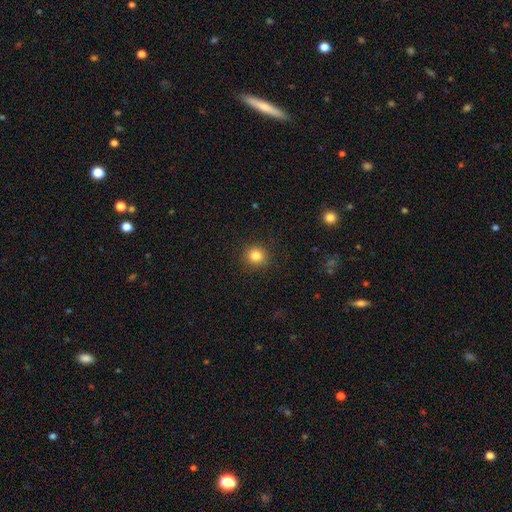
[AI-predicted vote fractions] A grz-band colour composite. It shows a smooth galaxy with no disk features (84%) that is round (91%). Merging: none (90%).